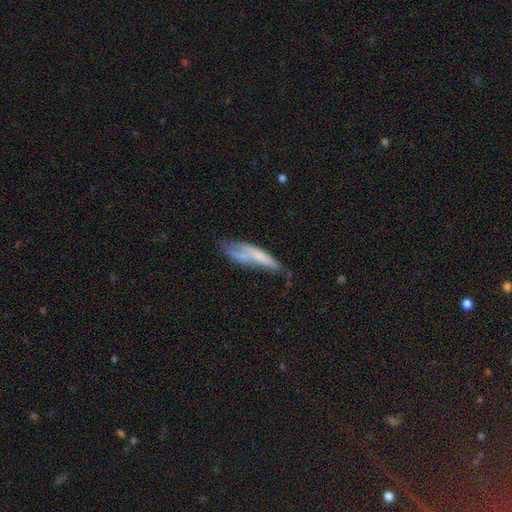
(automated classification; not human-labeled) Smooth or featured?
  - smooth: 56% *
  - featured or disk: 36%
  - star or artifact: 8%
How rounded?
  - cigar-shaped: 69% *
  - in between: 29%
  - round: 2%
Merging?
  - none: 32% *
  - minor disturbance: 31%
  - major disturbance: 27%
  - merger: 10%